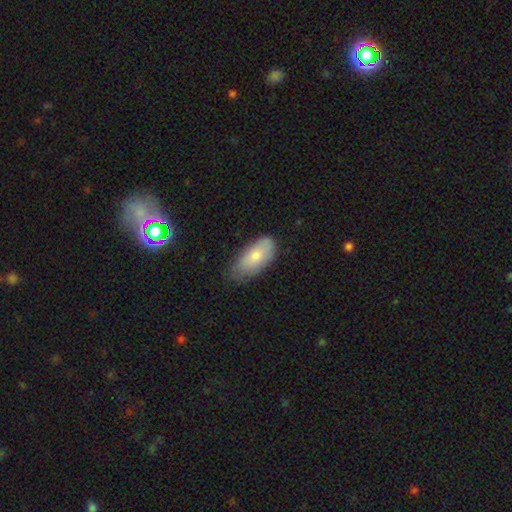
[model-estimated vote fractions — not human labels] Smooth or featured?
  - smooth: 74% *
  - featured or disk: 18%
  - star or artifact: 8%
How rounded?
  - in between: 91% *
  - cigar-shaped: 6%
  - round: 3%
Merging?
  - none: 60% *
  - minor disturbance: 33%
  - major disturbance: 6%
  - merger: 2%